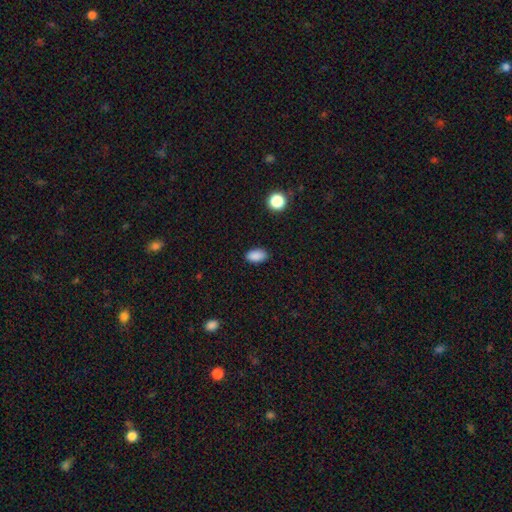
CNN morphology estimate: smooth_or_featured: smooth (p=0.88) [alt: star or artifact p=0.09]
how_rounded: in between (p=0.91) [alt: round p=0.07]
merging: none (p=0.88) [alt: minor disturbance p=0.09]